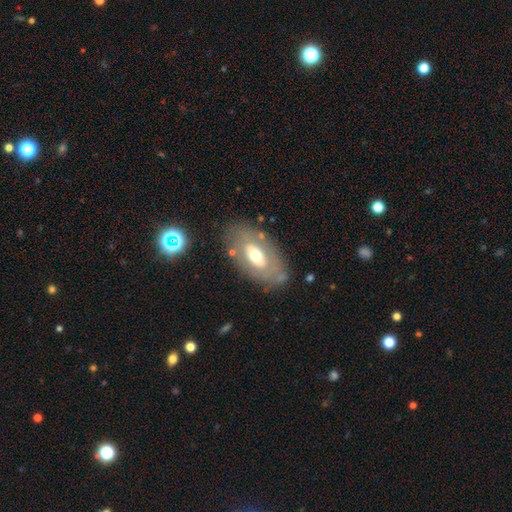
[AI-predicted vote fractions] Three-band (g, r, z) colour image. It shows a featured or disk galaxy (48%). Merging: none (76%).